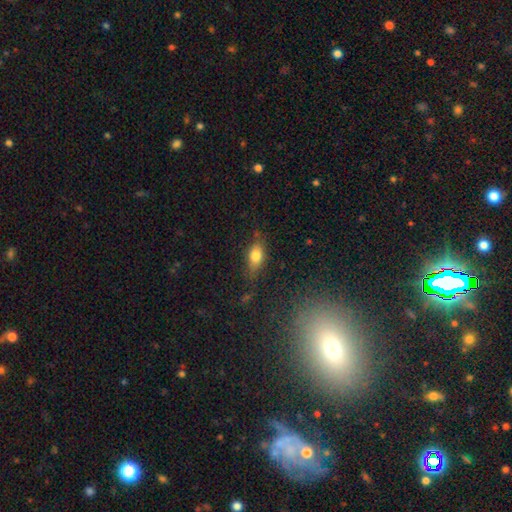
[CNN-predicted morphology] type=smooth (76%); roundness=in between (81%); merging=none (73%).